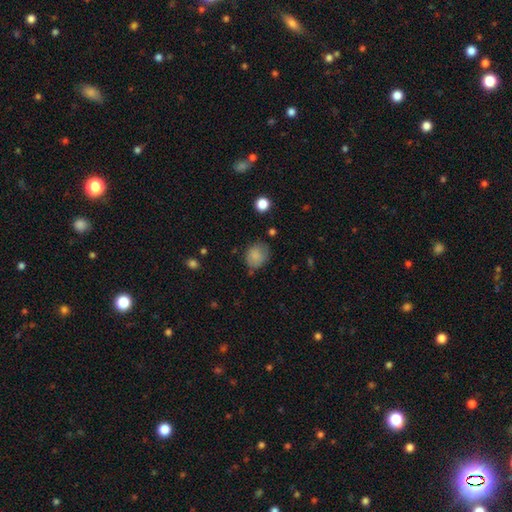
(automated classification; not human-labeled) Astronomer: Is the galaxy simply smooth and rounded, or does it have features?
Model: smooth — 84%.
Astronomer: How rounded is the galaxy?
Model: round — 64%.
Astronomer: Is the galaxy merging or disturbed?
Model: none — 70%.